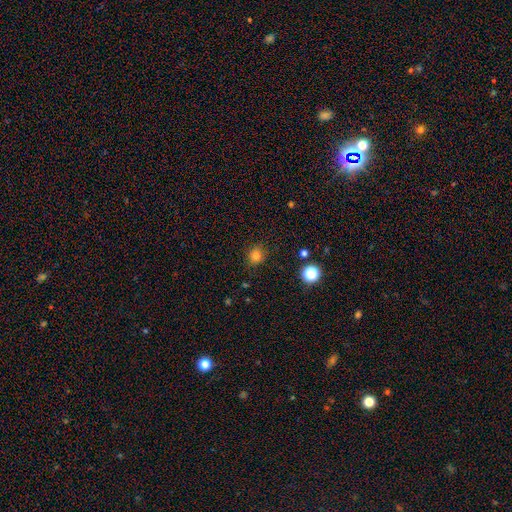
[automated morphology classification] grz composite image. It shows a smooth galaxy with no disk features (81%) that is round (79%). Merging: none (83%).